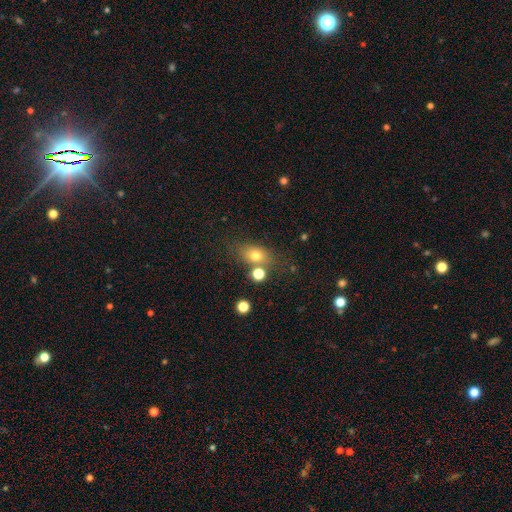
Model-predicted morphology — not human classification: Q: Smooth or featured?
A: smooth (74%); runner-up: star or artifact (13%)
Q: How rounded?
A: in between (67%); runner-up: round (30%)
Q: Merging?
A: none (66%); runner-up: merger (14%)